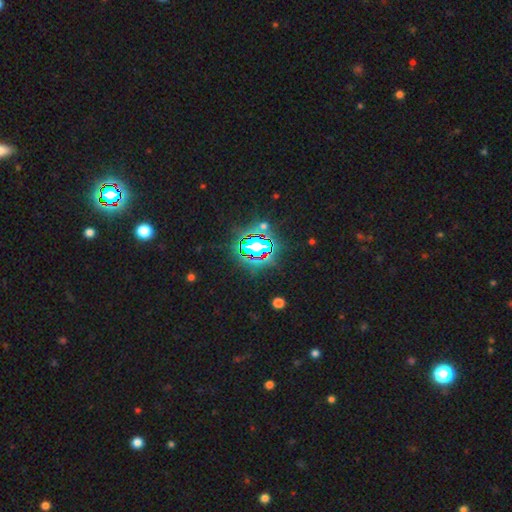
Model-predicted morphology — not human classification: Smooth or featured? Predicted: star or artifact (p=0.84).